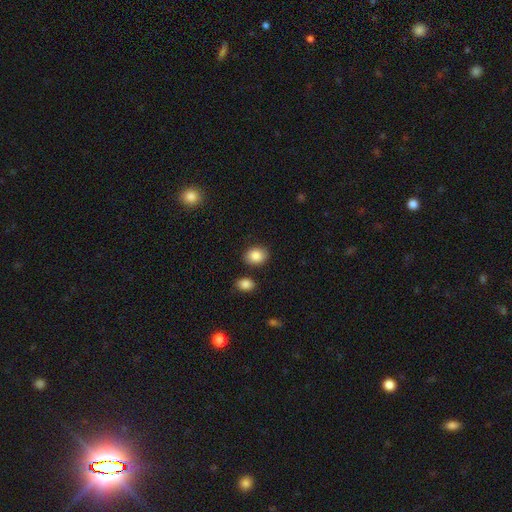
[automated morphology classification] Smooth or featured?
  - smooth: 88% *
  - star or artifact: 7%
  - featured or disk: 5%
How rounded?
  - in between: 58% *
  - round: 41%
  - cigar-shaped: 1%
Merging?
  - none: 82% *
  - minor disturbance: 11%
  - merger: 4%
  - major disturbance: 3%